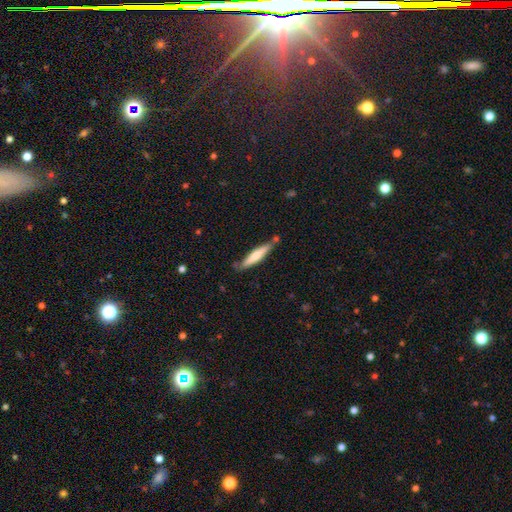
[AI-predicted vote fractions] smooth-or-featured: smooth: 59% | featured or disk: 36% | star or artifact: 5%
  how-rounded: cigar-shaped: 89% | in between: 10% | round: 1%
  merging: none: 75% | minor disturbance: 16% | merger: 6% | major disturbance: 3%